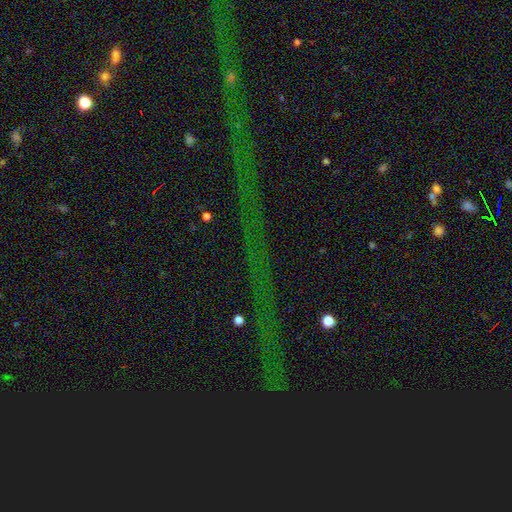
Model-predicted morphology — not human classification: smooth_or_featured: star or artifact (p=0.84) [alt: featured or disk p=0.08]